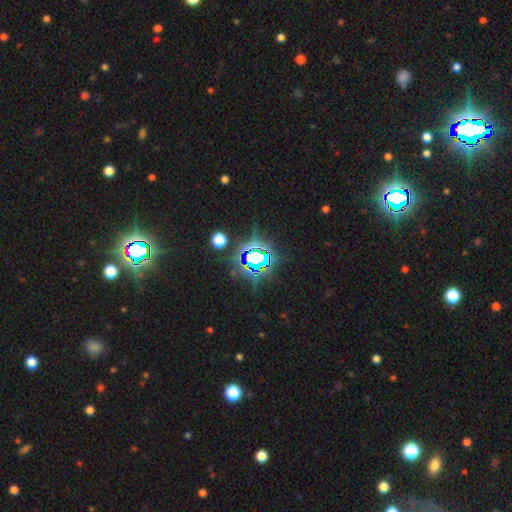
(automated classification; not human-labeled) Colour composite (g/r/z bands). It shows a star or artifact, not a galaxy (80%).